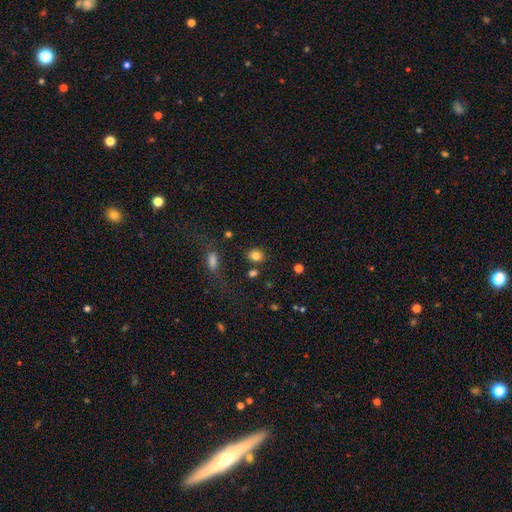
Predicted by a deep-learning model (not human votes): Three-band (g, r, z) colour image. It shows a smooth galaxy with no disk features (83%) that is round (68%). Merging: none (83%).